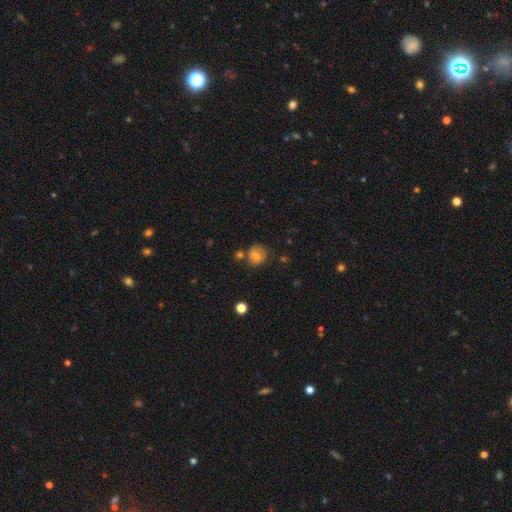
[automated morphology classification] A smooth galaxy with no disk features (69%) that is round (81%). Merging: none (71%).